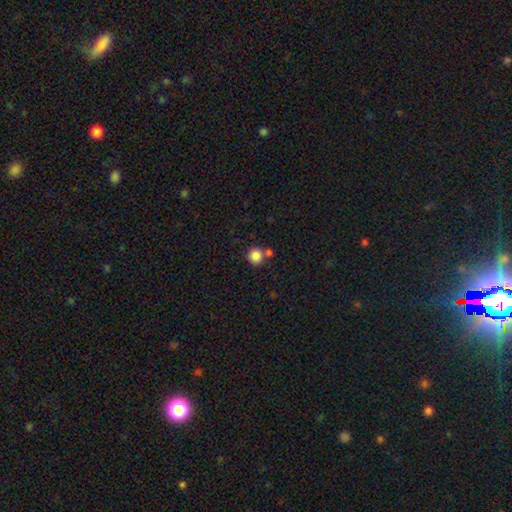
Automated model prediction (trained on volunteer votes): This is clearly a smooth galaxy (85%). How rounded: clearly round (92%). Merging: likely none (69%).